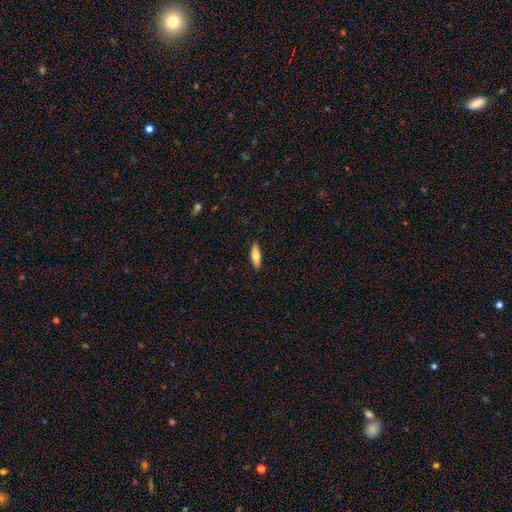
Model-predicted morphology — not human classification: Smooth or featured?
  - smooth: 72% *
  - featured or disk: 22%
  - star or artifact: 6%
How rounded?
  - in between: 50% *
  - cigar-shaped: 48%
  - round: 2%
Merging?
  - none: 90% *
  - minor disturbance: 8%
  - major disturbance: 2%
  - merger: 1%